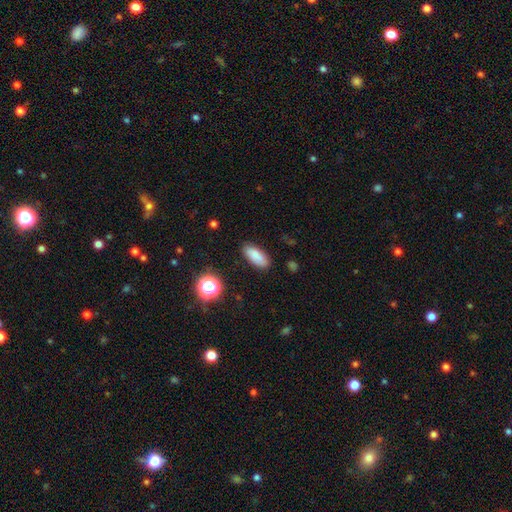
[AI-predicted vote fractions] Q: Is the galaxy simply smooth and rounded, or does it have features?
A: smooth — 82%.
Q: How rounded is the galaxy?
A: in between — 80%.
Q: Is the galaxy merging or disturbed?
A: none — 84%.